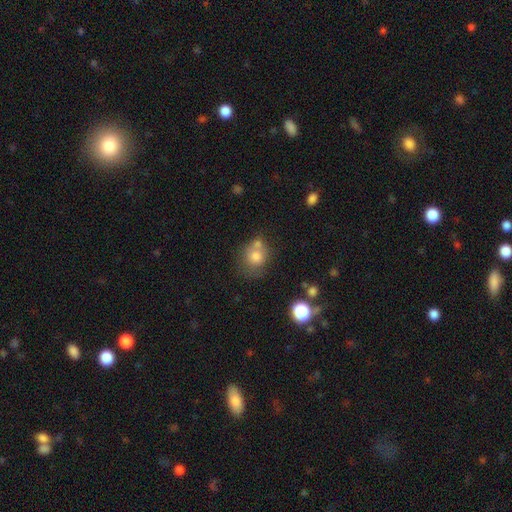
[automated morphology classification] type=smooth (74%); roundness=round (76%); merging=none (49%).